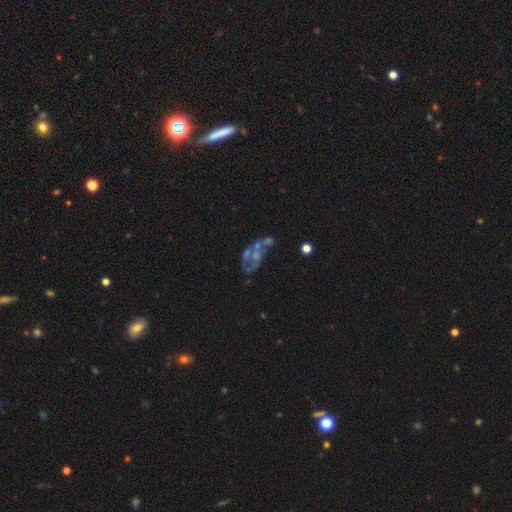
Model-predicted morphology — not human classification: This is likely a featured or disk galaxy (64%). It is clearly not viewed edge-on (96%). Bar: clearly no (83%). Spiral arm pattern: likely no (74%). Central bulge: possibly none (50%). Merging: marginally none (34%).